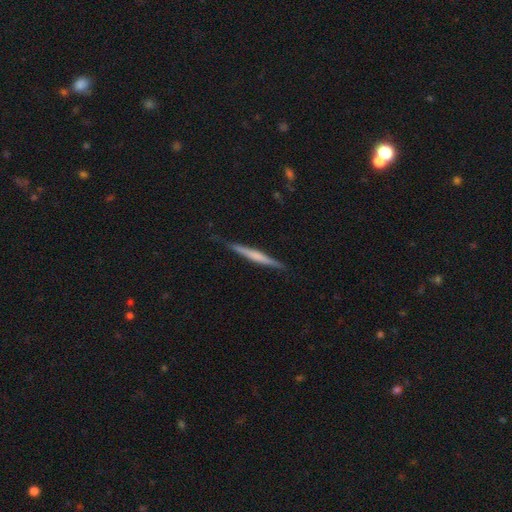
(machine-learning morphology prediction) smooth-or-featured: featured or disk: 55% | smooth: 40% | star or artifact: 5%
  disk-edge-on: yes: 97% | no: 3%
    edge-on-bulge: none: 50% | rounded: 32% | boxy: 18%
  merging: none: 86% | minor disturbance: 11% | major disturbance: 2% | merger: 1%